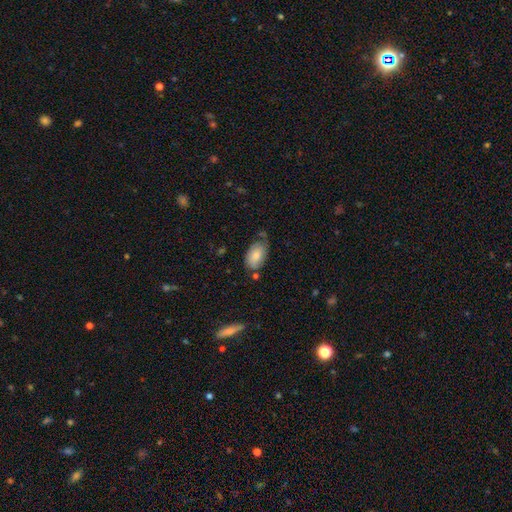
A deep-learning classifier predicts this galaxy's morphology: A smooth galaxy with no disk features (75%) that is in between round and cigar-shaped (92%). Merging: none (54%).